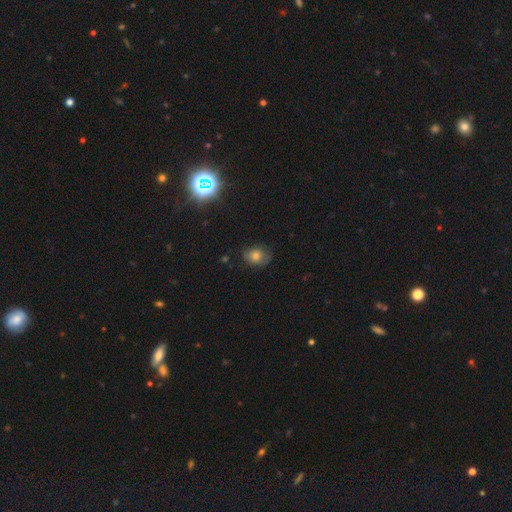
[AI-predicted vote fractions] A smooth galaxy with no disk features (70%) that is round (53%). Merging: none (69%).